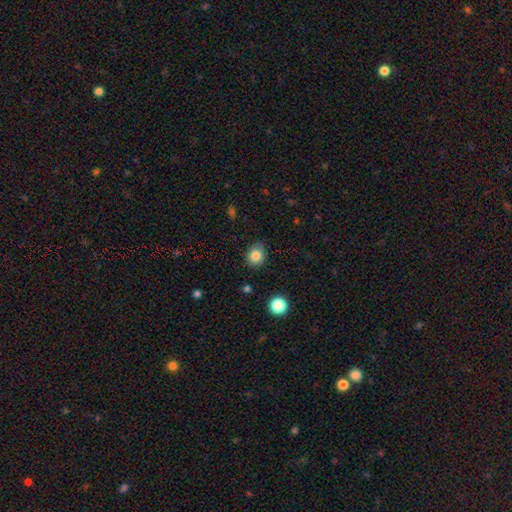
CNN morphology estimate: smooth_or_featured: smooth (p=0.83) [alt: star or artifact p=0.11]
how_rounded: round (p=0.64) [alt: in between p=0.36]
merging: none (p=0.80) [alt: minor disturbance p=0.16]